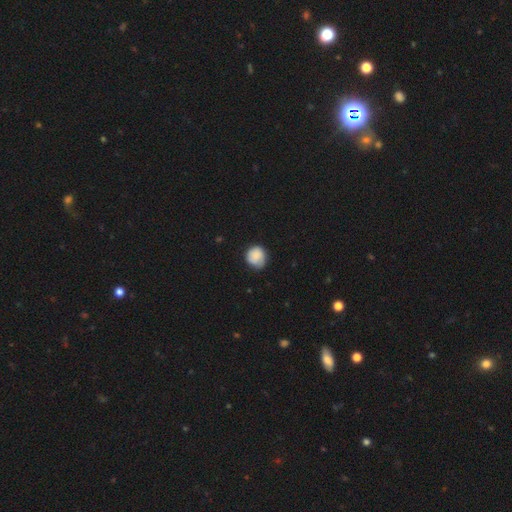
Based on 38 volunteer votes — smooth-or-featured: smooth: 82% | star or artifact: 11% | featured or disk: 8%
  how-rounded: round: 87% | in between: 13% | cigar-shaped: 0%
  merging: none: 62% | minor disturbance: 29% | major disturbance: 6% | merger: 3%